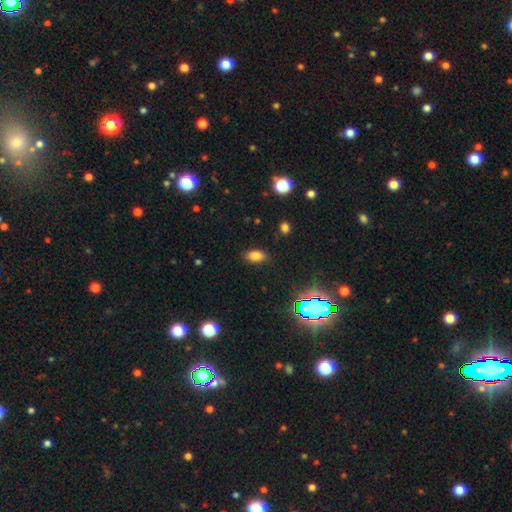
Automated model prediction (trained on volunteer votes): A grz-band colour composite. It shows a smooth galaxy with no disk features (78%) that is in between round and cigar-shaped (88%). Merging: none (86%).